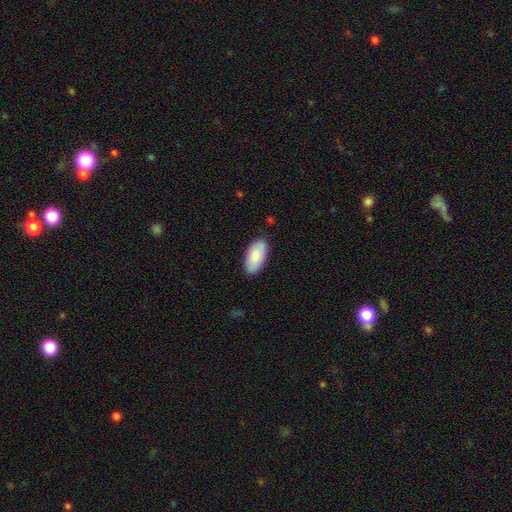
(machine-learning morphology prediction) smooth 87%, featured or disk 8%, star or artifact 5%. Down the decision tree: how rounded — in between (95%); merging — none (86%).